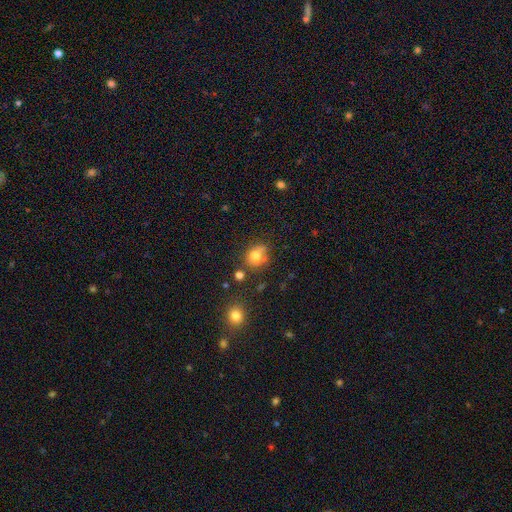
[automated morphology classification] Smooth or featured: smooth — 75% (star or artifact — 13%)
How rounded: round — 67% (in between — 32%)
Merging: none — 56% (minor disturbance — 23%)